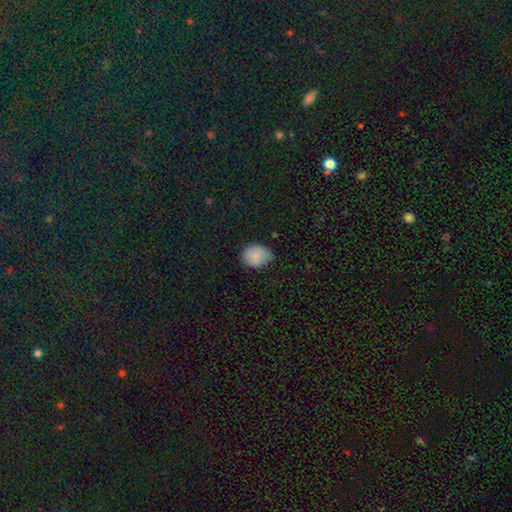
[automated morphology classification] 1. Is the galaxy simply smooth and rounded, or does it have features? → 84% smooth, 8% featured or disk, 8% star or artifact.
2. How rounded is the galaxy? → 56% in between, 43% round, 1% cigar-shaped.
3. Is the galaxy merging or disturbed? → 69% none, 26% minor disturbance, 4% major disturbance, 1% merger.